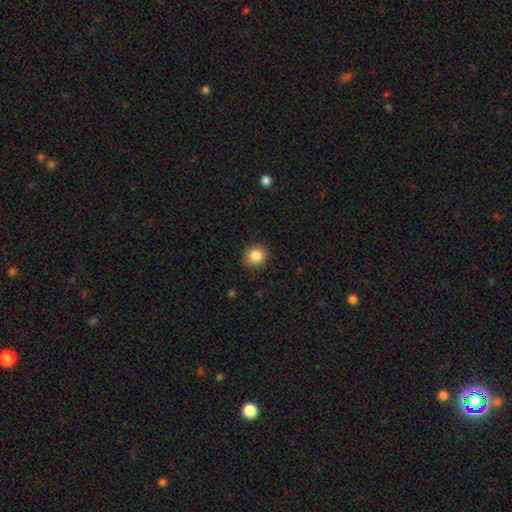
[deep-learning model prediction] Smooth or featured? Predicted: smooth (p=0.86). How rounded? Predicted: round (p=0.81). Merging? Predicted: none (p=0.87).